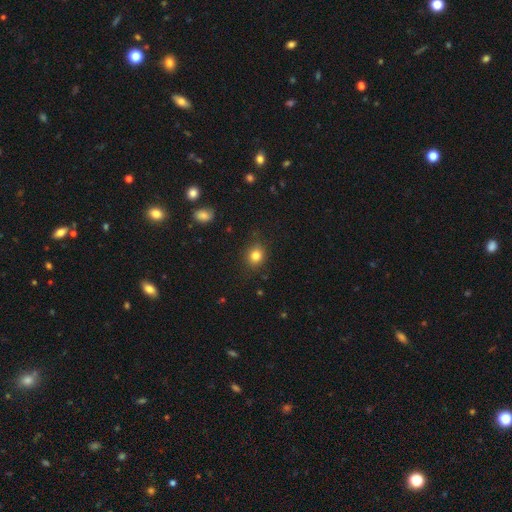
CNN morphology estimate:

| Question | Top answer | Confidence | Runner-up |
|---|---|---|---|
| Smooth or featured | smooth | 82% | star or artifact (11%) |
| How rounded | round | 70% | in between (29%) |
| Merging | none | 85% | minor disturbance (11%) |